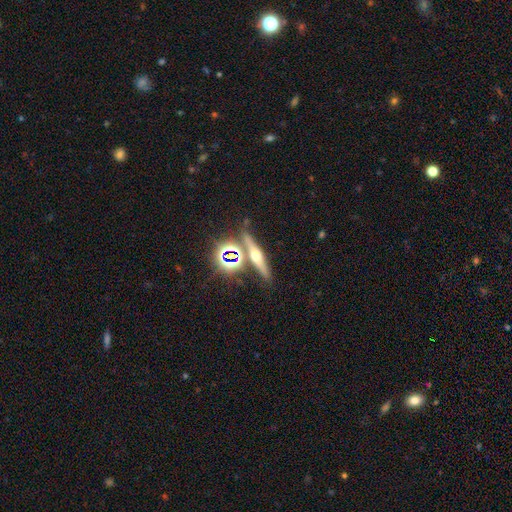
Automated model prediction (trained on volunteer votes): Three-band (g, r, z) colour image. It shows a featured or disk galaxy (52%) viewed edge-on (90%). Merging: none (78%).